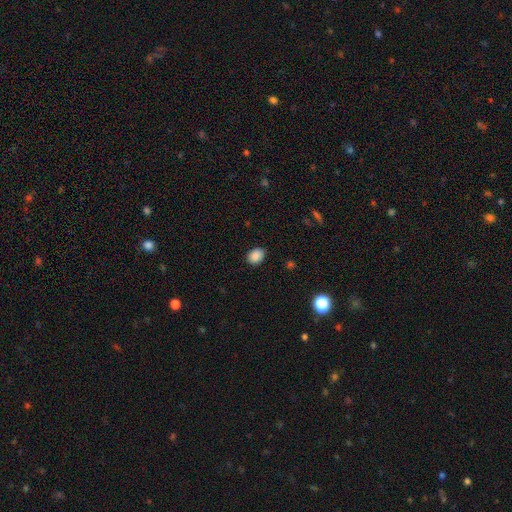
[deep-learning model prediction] Smooth or featured: smooth — 88% (star or artifact — 9%)
How rounded: in between — 54% (round — 45%)
Merging: none — 87% (minor disturbance — 10%)